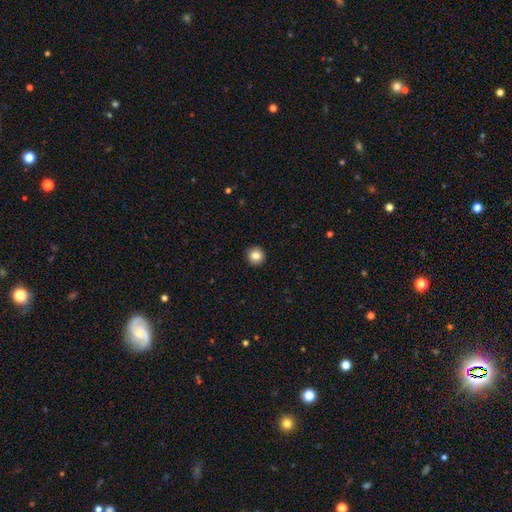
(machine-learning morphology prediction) Smooth or featured: smooth — 84% (star or artifact — 9%)
How rounded: round — 94% (in between — 5%)
Merging: none — 92% (minor disturbance — 5%)